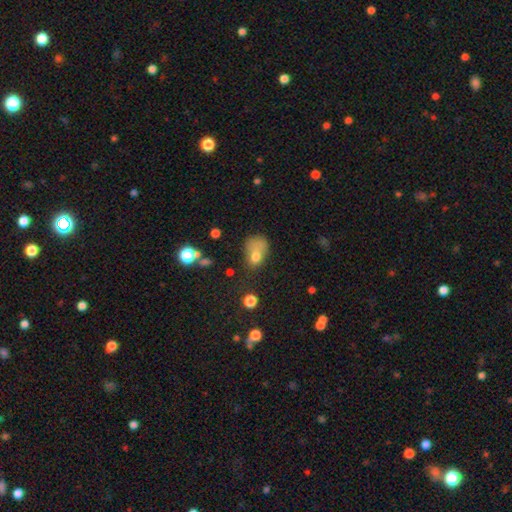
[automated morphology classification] smooth_or_featured: smooth (p=0.70) [alt: featured or disk p=0.15]
how_rounded: in between (p=0.66) [alt: round p=0.32]
merging: major disturbance (p=0.31) [alt: none p=0.28]